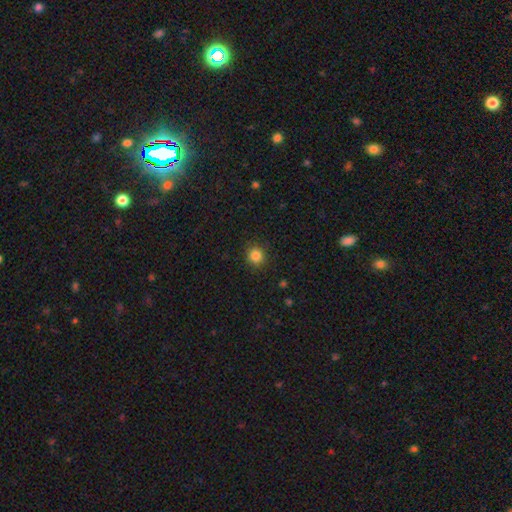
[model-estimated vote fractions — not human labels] Smooth or featured? Predicted: smooth (p=0.85). How rounded? Predicted: round (p=0.92). Merging? Predicted: none (p=0.91).